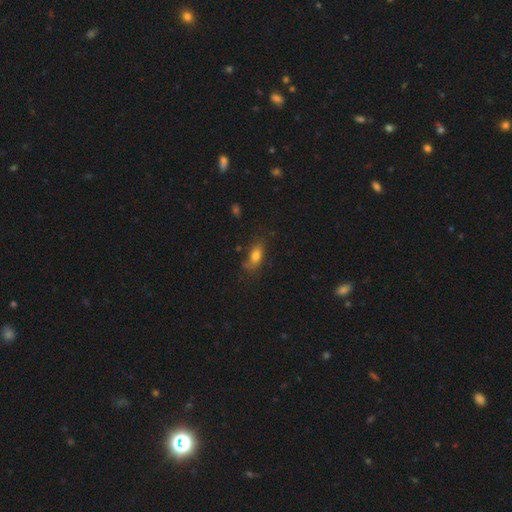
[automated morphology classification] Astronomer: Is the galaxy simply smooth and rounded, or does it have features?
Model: smooth — 74%.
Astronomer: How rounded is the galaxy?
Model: in between — 79%.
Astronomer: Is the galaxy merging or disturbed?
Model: none — 63%.